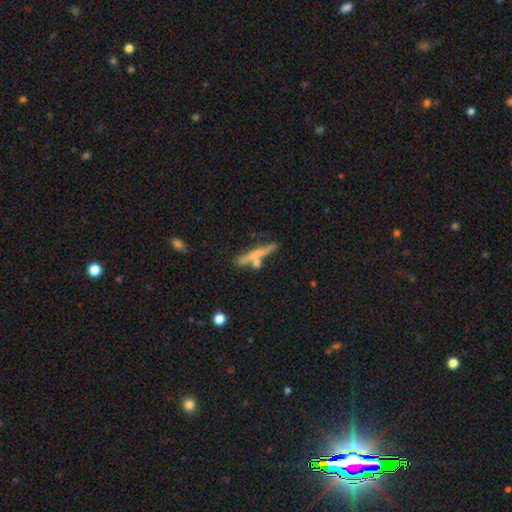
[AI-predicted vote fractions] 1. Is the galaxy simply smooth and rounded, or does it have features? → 52% smooth, 41% featured or disk, 8% star or artifact.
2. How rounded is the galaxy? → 91% cigar-shaped, 6% in between, 3% round.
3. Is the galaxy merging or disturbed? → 63% none, 19% merger, 13% minor disturbance, 5% major disturbance.